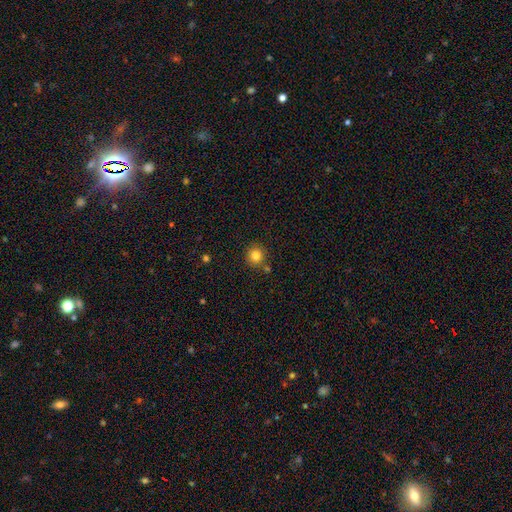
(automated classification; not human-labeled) This appears to be a smooth galaxy with no disk features (82%) that is round (92%). Merging: none (84%).